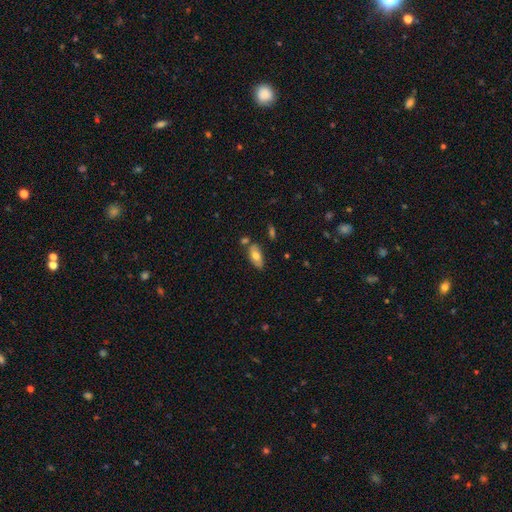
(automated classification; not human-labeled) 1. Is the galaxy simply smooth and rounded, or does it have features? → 68% smooth, 25% featured or disk, 7% star or artifact.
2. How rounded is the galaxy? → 90% in between, 7% cigar-shaped, 3% round.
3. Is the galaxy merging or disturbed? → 70% none, 16% minor disturbance, 10% merger, 4% major disturbance.